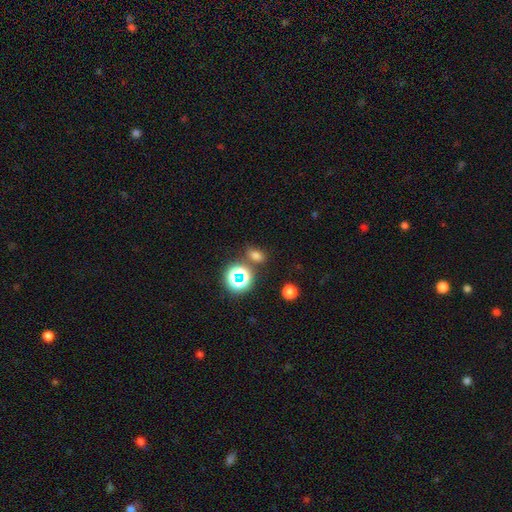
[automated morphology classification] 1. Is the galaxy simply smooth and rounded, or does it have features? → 66% smooth, 28% star or artifact, 7% featured or disk.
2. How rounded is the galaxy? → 69% in between, 29% round, 2% cigar-shaped.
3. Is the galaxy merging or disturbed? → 76% none, 12% minor disturbance, 9% merger, 4% major disturbance.